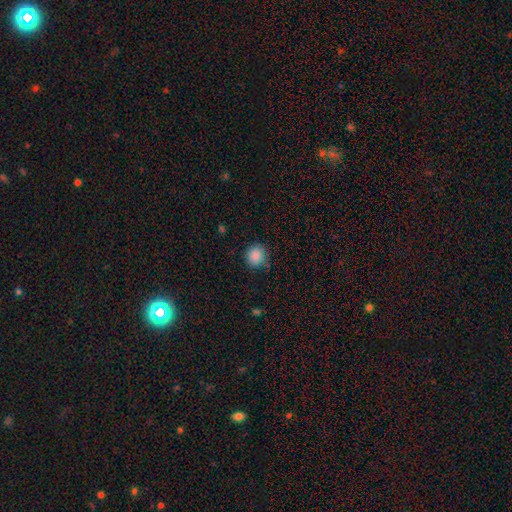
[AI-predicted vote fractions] This appears to be a smooth galaxy with no disk features (87%) that is round (87%). Merging: none (80%).